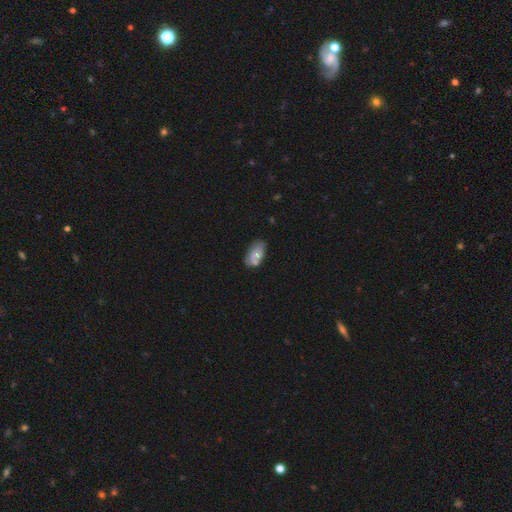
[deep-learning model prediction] The model was most divided on "merging": none: 49%, minor disturbance: 25%, merger: 18%, major disturbance: 8%. More confident: how rounded — in between (91%); smooth or featured — smooth (62%).